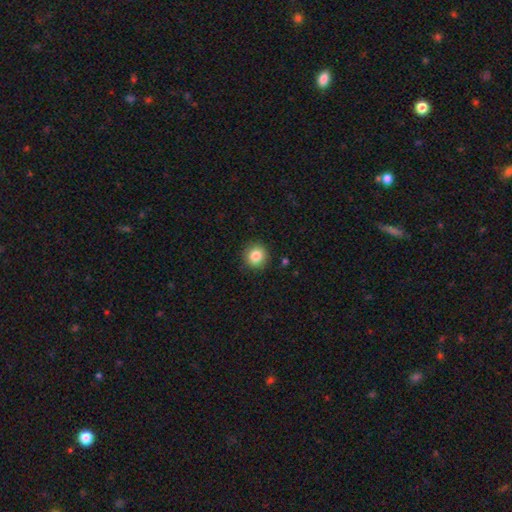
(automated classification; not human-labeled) Smooth or featured? smooth (85%)
How rounded? round (91%)
Merging? none (90%)